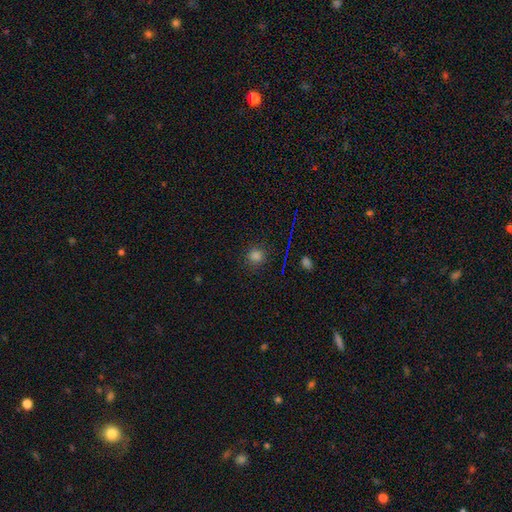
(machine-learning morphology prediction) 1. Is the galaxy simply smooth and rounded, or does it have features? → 76% smooth, 20% star or artifact, 5% featured or disk.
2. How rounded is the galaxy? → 89% round, 10% in between, 1% cigar-shaped.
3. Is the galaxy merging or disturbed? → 87% none, 8% minor disturbance, 3% major disturbance, 1% merger.